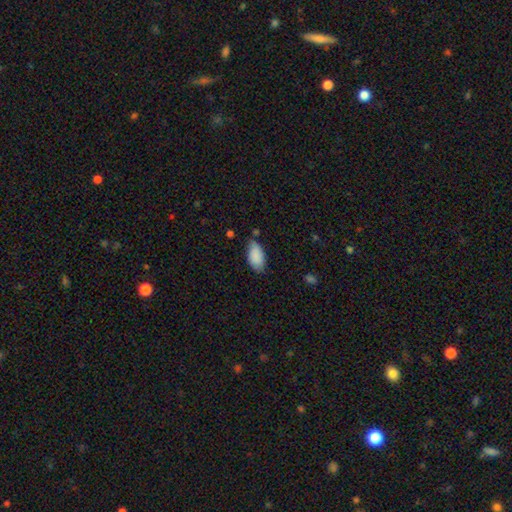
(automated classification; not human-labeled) A smooth galaxy with no disk features (88%) that is in between round and cigar-shaped (94%). Merging: none (66%).